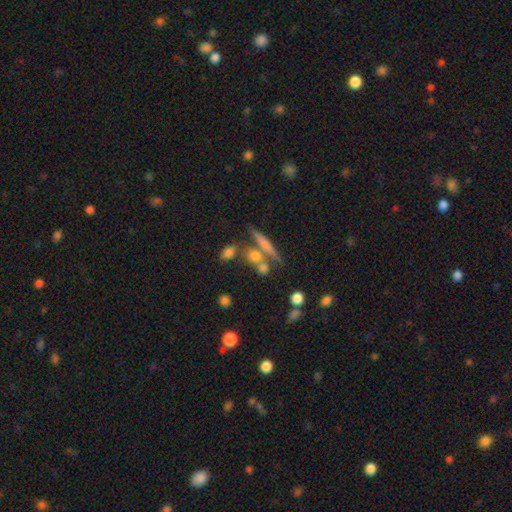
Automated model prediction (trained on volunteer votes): smooth 54%, featured or disk 32%, star or artifact 14%. Down the decision tree: how rounded — cigar-shaped (48%); merging — none (60%).